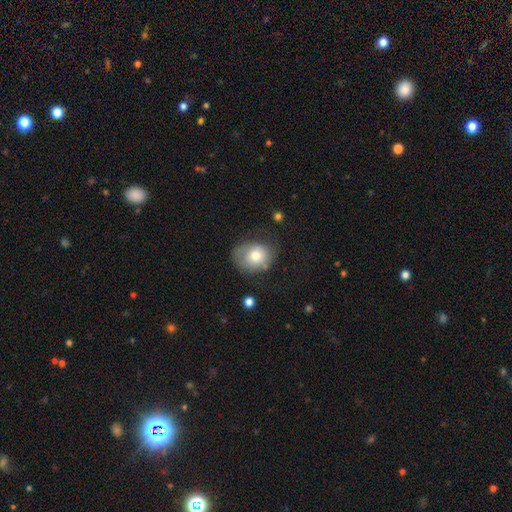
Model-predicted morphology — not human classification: Smooth or featured: smooth — 70% (featured or disk — 21%)
How rounded: round — 54% (in between — 45%)
Merging: none — 56% (minor disturbance — 28%)